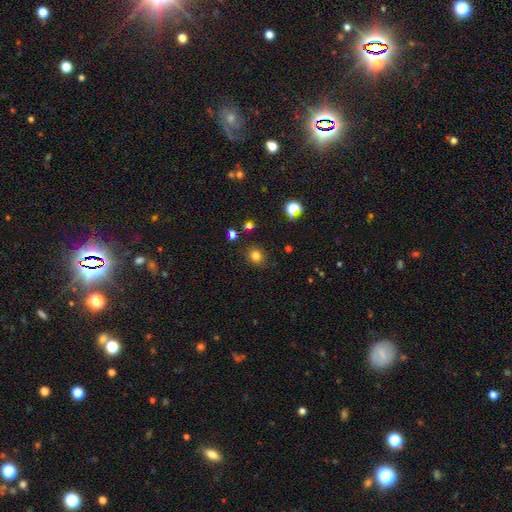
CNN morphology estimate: Smooth or featured? Predicted: smooth (p=0.79). How rounded? Predicted: round (p=0.74). Merging? Predicted: none (p=0.86).